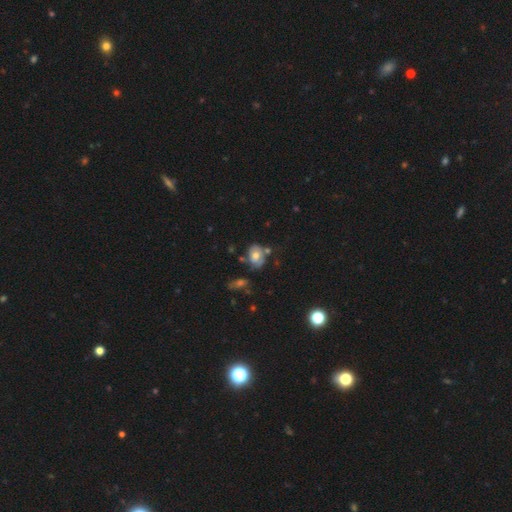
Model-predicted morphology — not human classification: A smooth galaxy with no disk features (53%) that is in between round and cigar-shaped (68%). Merging: none (52%).